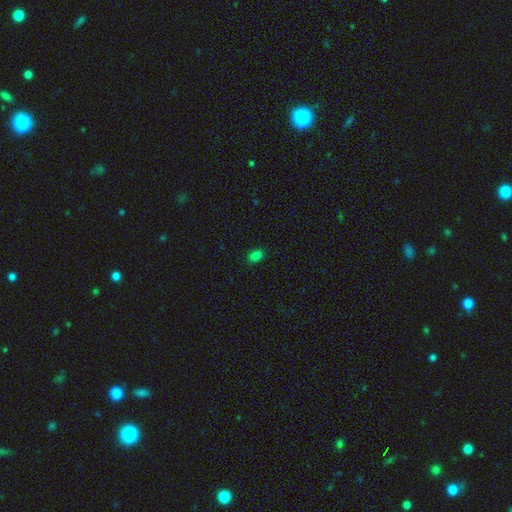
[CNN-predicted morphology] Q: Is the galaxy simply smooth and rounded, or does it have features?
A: smooth — 81%.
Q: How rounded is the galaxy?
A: in between — 82%.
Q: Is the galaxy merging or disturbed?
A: none — 86%.